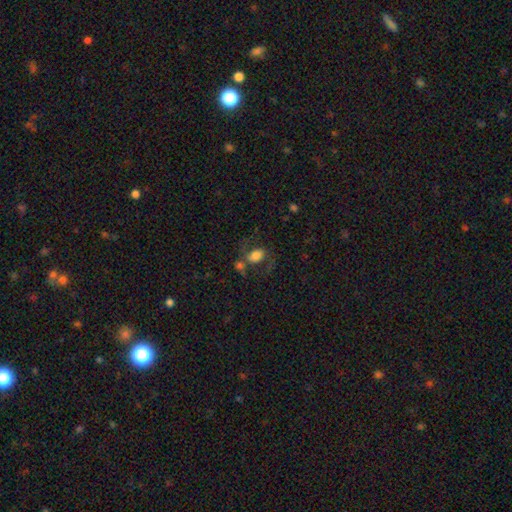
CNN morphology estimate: This is possibly a smooth galaxy (60%). How rounded: likely in between (76%). Merging: marginally none (43%).